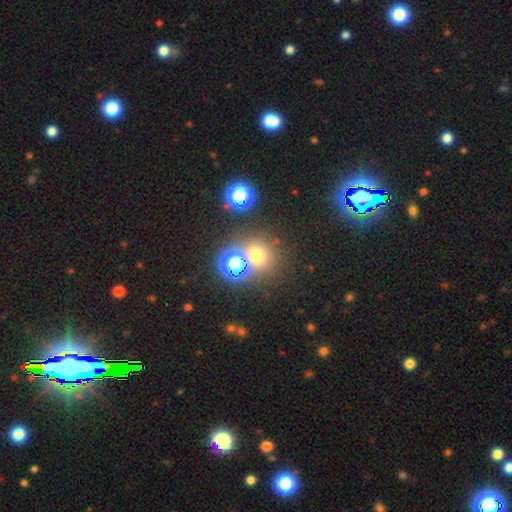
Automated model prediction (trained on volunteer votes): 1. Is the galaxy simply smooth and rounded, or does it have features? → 58% smooth, 34% star or artifact, 8% featured or disk.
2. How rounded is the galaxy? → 88% round, 11% in between, 1% cigar-shaped.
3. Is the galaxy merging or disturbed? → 69% none, 19% merger, 8% minor disturbance, 4% major disturbance.